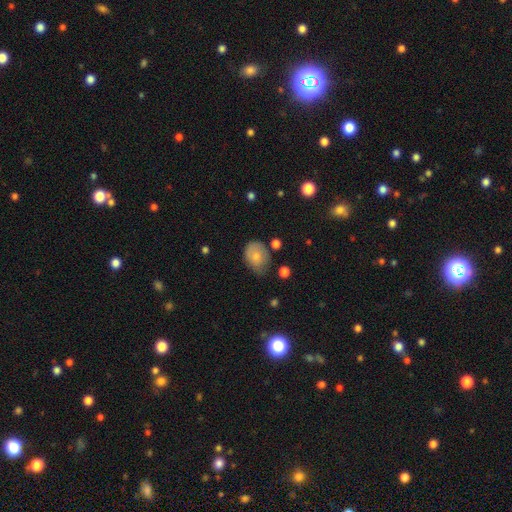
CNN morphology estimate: This is likely a smooth galaxy (75%). How rounded: likely in between (61%). Merging: possibly none (53%).